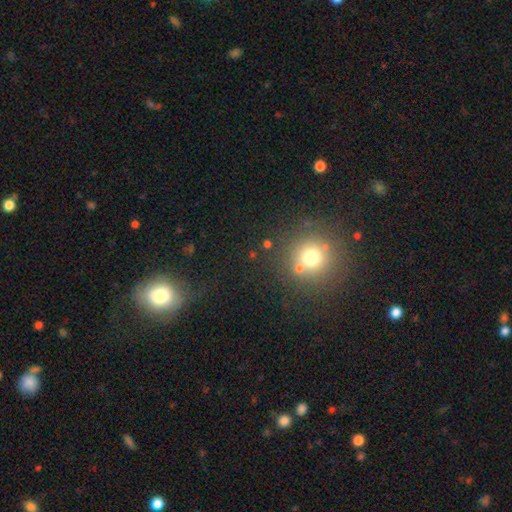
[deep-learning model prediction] A smooth galaxy with no disk features (47%).

Vote fractions:
- Smooth or featured? smooth: 47% / star or artifact: 41% / featured or disk: 11%
- Merging? none: 78% / merger: 9% / minor disturbance: 9% / major disturbance: 4%